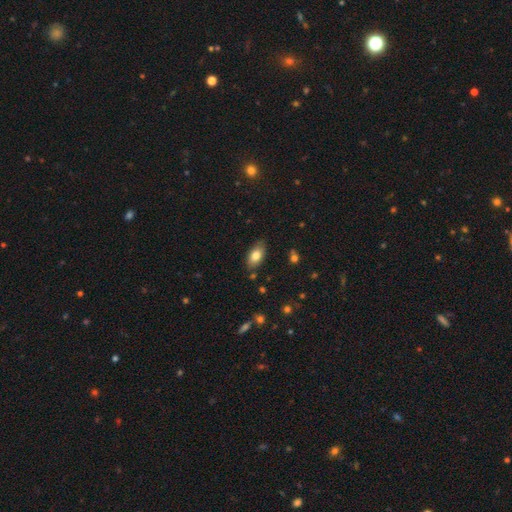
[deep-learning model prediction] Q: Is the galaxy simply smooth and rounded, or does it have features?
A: smooth — 80%.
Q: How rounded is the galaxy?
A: in between — 91%.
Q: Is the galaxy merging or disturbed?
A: none — 82%.